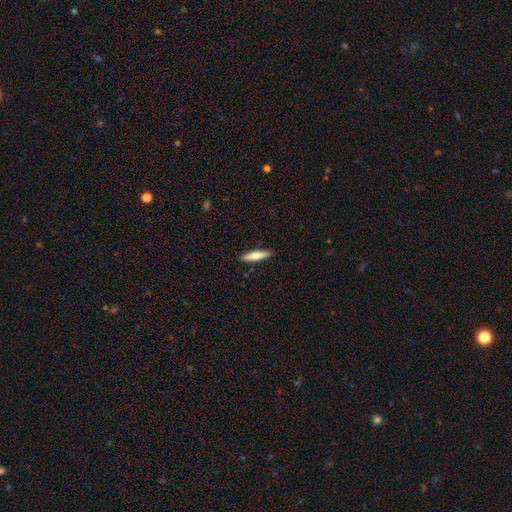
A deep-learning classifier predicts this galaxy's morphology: This appears to be a smooth galaxy with no disk features (63%) that is cigar-shaped (81%). Merging: none (90%).